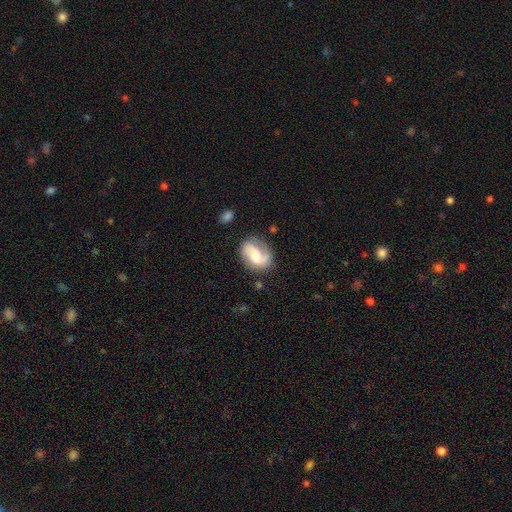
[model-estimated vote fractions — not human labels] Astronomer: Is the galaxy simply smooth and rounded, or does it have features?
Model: featured or disk — 64%.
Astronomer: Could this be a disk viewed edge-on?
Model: no — 97%.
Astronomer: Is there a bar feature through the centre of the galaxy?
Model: no — 45% (runner-up: weak, 41%).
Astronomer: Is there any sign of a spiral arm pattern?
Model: yes — 90%.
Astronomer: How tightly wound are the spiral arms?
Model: medium — 41% (runner-up: loose, 38%).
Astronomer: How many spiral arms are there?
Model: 2 — 71%.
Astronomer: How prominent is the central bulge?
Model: moderate — 41% (runner-up: large, 24%).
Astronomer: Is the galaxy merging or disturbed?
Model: none — 63%.